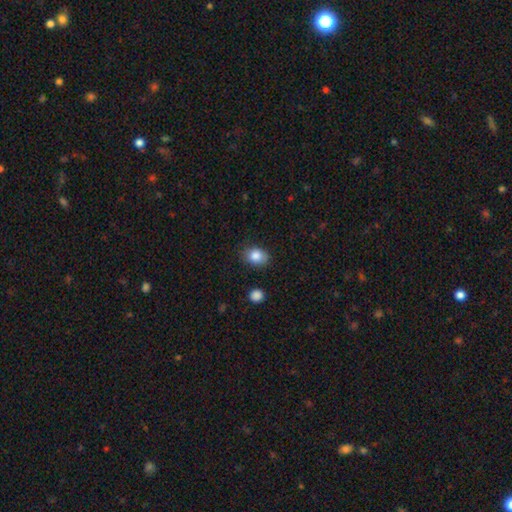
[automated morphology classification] smooth-or-featured: smooth: 85% | star or artifact: 9% | featured or disk: 6%
  how-rounded: in between: 61% | round: 38% | cigar-shaped: 1%
  merging: none: 78% | minor disturbance: 16% | major disturbance: 4% | merger: 2%